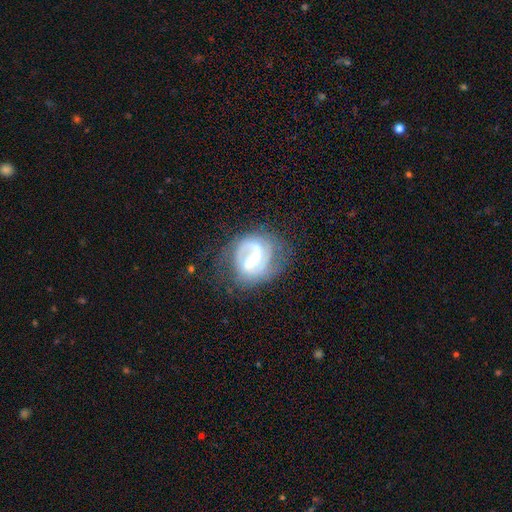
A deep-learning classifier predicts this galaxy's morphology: Overall: featured or disk (80%). Edge-on disk: no (97%). Bar: strong (56%; weak 35%). Spiral arms: yes (85%). Spiral arm count: 2 (59%; 1 22%). Spiral winding: medium (41%; tight 39%). Bulge size: moderate (38%; small 37%). Merging: none (64%).